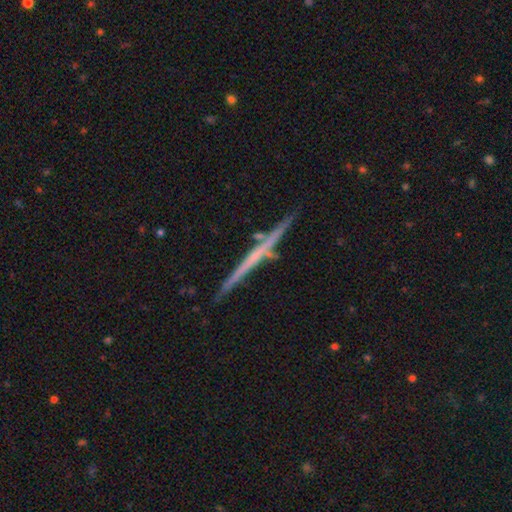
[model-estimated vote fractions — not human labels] Smooth or featured? featured or disk (68%)
Edge-on disk? yes (98%)
Edge-on bulge? none (81%)
Merging? none (87%)